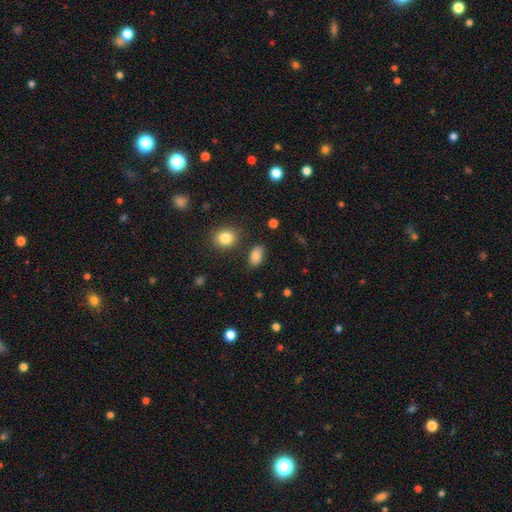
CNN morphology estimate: This is clearly a smooth galaxy (83%). How rounded: clearly in between (89%). Merging: clearly none (81%).